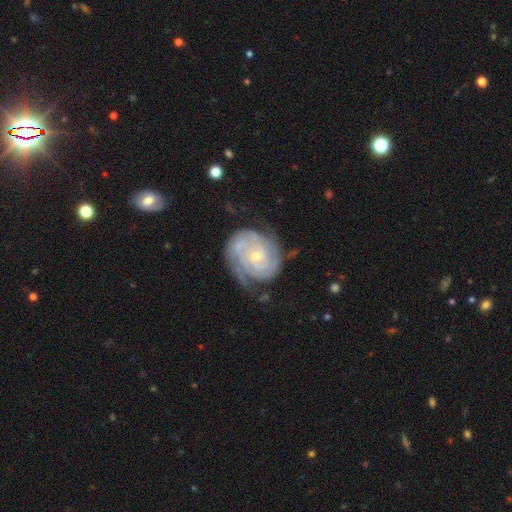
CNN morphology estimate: type=featured or disk (84%); edge-on=no (98%); bar=no (73%); spiral arms=yes (94%); winding=tight (70%); arm count=can't tell (32%); bulge=small (71%); merging=none (62%).